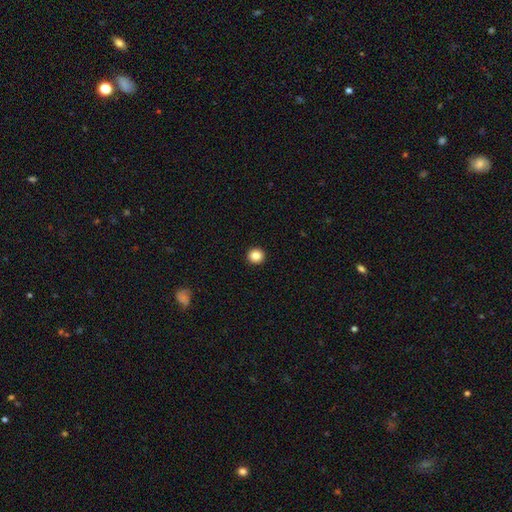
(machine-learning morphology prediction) smooth_or_featured: smooth (p=0.85) [alt: star or artifact p=0.10]
how_rounded: round (p=0.93) [alt: in between p=0.06]
merging: none (p=0.94) [alt: minor disturbance p=0.04]